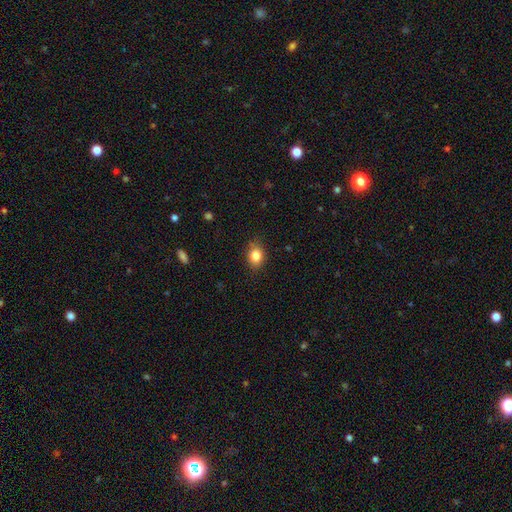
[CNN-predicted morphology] This is clearly a smooth galaxy (83%). How rounded: possibly in between (55%). Merging: clearly none (84%).